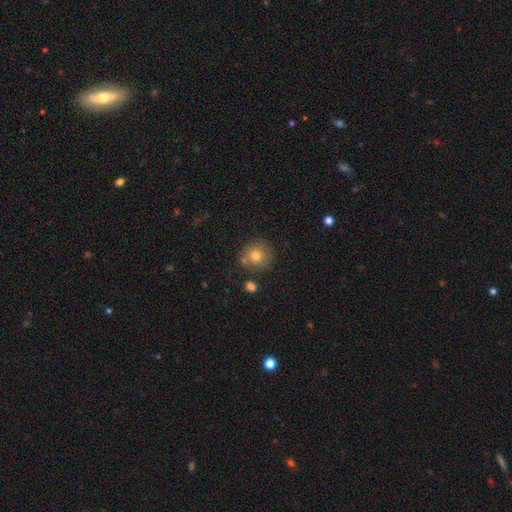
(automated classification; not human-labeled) Morphology: type=smooth (77%); roundness=round (91%); merging=none (76%).